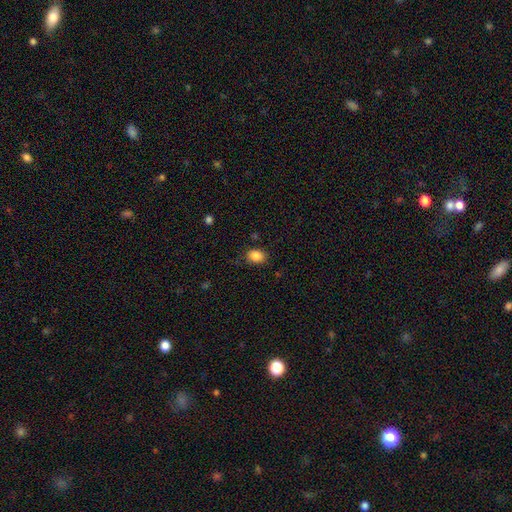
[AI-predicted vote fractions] A smooth galaxy with no disk features (86%) that is in between round and cigar-shaped (64%). Merging: none (81%).